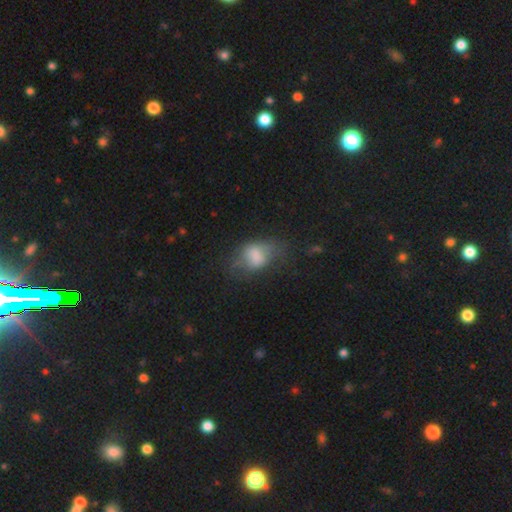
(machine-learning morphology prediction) Overall: smooth (64%; featured or disk 25%). How rounded: in between (71%). Merging: none (35%; major disturbance 32%).